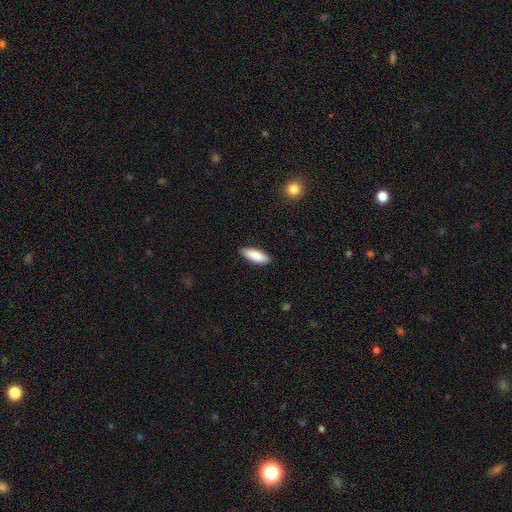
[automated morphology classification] Q: Smooth or featured?
A: smooth (87%); runner-up: featured or disk (7%)
Q: How rounded?
A: in between (70%); runner-up: cigar-shaped (28%)
Q: Merging?
A: none (88%); runner-up: minor disturbance (9%)